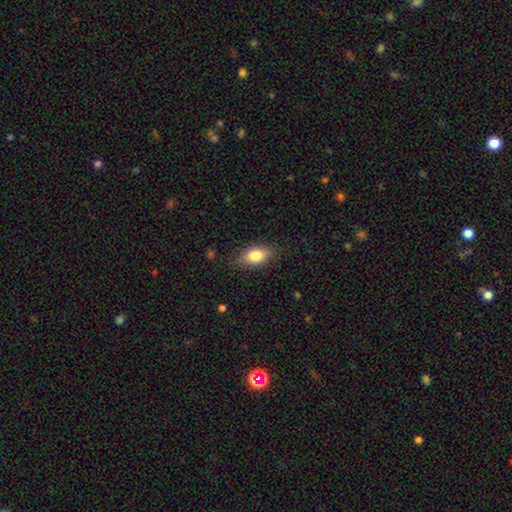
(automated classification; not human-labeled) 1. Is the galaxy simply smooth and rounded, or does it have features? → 82% smooth, 11% featured or disk, 8% star or artifact.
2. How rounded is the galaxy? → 87% in between, 8% round, 4% cigar-shaped.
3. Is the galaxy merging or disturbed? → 81% none, 14% minor disturbance, 4% major disturbance, 1% merger.